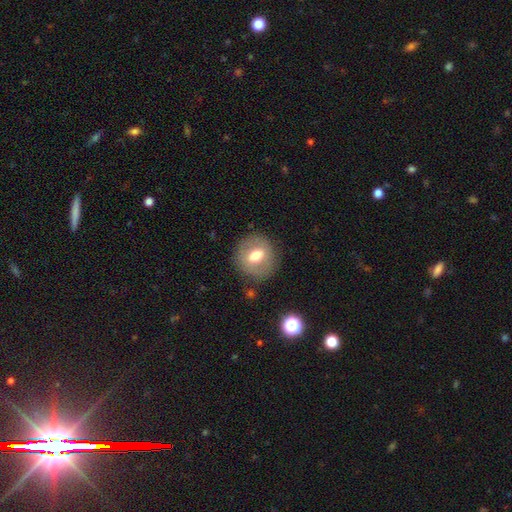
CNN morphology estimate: Overall: smooth (58%; featured or disk 34%). How rounded: round (78%). Merging: none (83%).